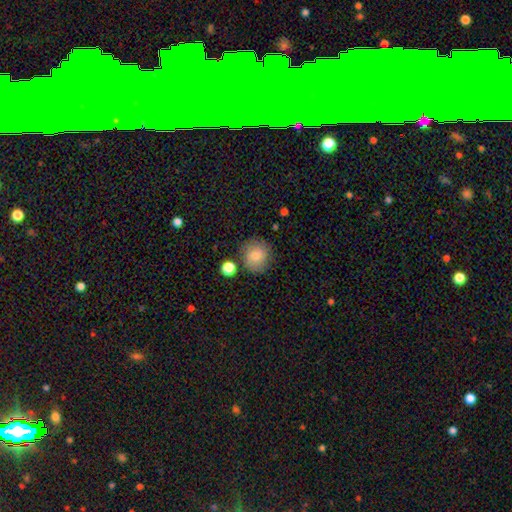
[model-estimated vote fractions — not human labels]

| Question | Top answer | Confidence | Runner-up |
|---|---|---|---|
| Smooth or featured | smooth | 79% | featured or disk (11%) |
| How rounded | round | 87% | in between (12%) |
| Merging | none | 81% | minor disturbance (11%) |